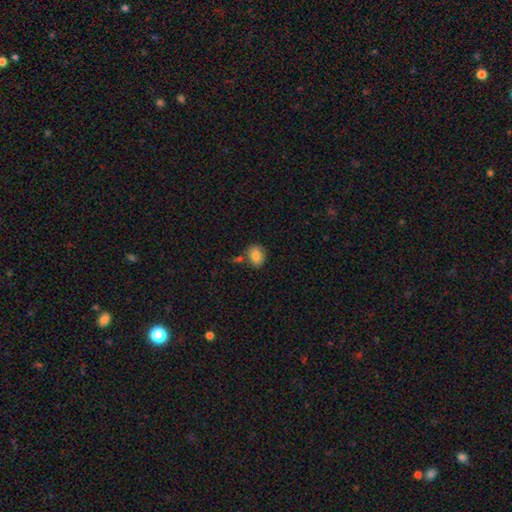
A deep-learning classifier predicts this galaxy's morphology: Smooth or featured: smooth — 83% (star or artifact — 9%)
How rounded: round — 53% (in between — 46%)
Merging: none — 72% (minor disturbance — 14%)